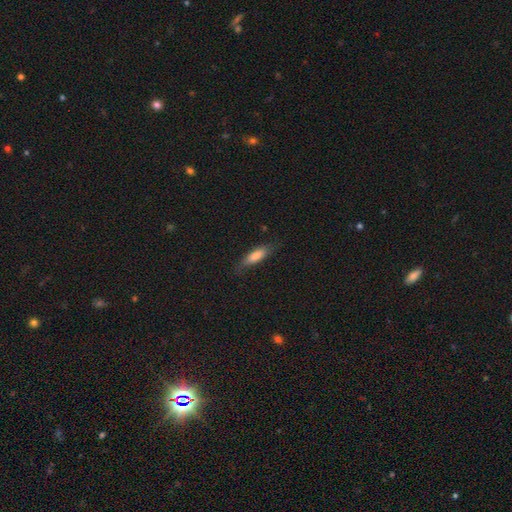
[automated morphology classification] Smooth or featured? smooth (72%)
How rounded? cigar-shaped (60%)
Merging? none (75%)